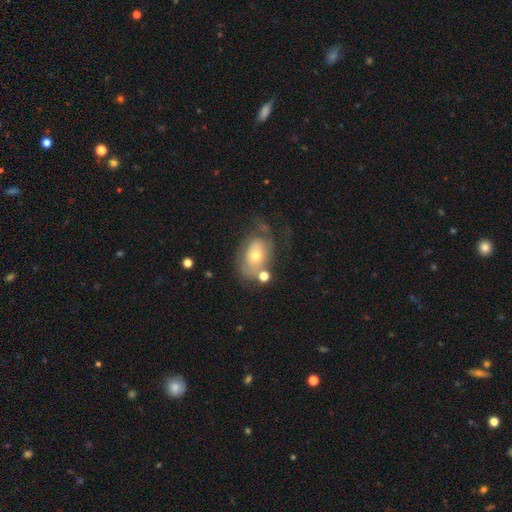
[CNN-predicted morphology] smooth_or_featured: smooth (p=0.47) [alt: featured or disk p=0.43]
merging: none (p=0.40) [alt: minor disturbance p=0.25]